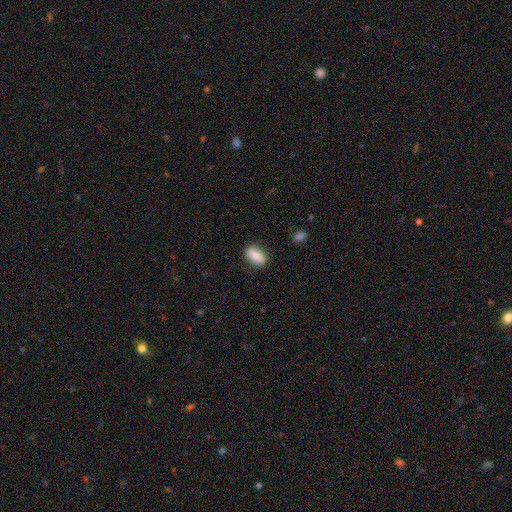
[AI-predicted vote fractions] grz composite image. It shows a smooth galaxy with no disk features (83%) that is in between round and cigar-shaped (86%). Merging: none (85%).